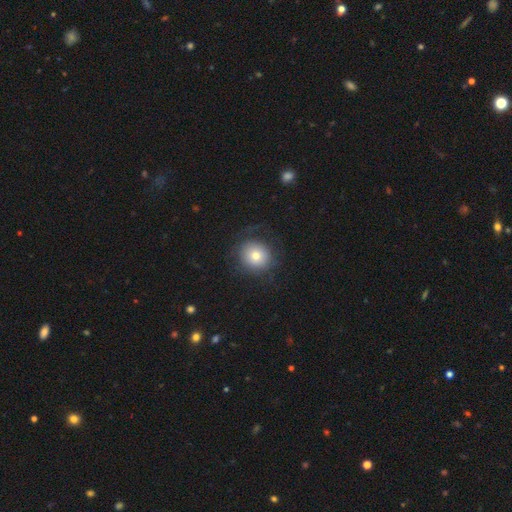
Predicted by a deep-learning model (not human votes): The model was most divided on "smooth or featured": smooth: 71%, featured or disk: 18%, star or artifact: 11%. More confident: how rounded — round (90%); merging — none (76%).